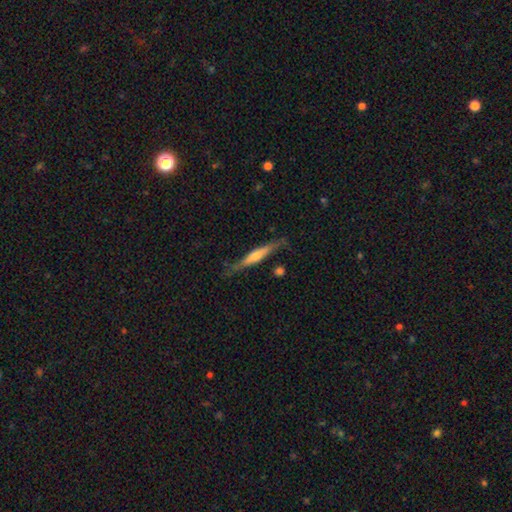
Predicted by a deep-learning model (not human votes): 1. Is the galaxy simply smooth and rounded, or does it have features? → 62% featured or disk, 32% smooth, 6% star or artifact.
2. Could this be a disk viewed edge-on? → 93% yes, 7% no.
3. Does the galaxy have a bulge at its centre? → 72% rounded, 18% none, 10% boxy.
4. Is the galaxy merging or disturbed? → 75% none, 18% minor disturbance, 4% major disturbance, 3% merger.